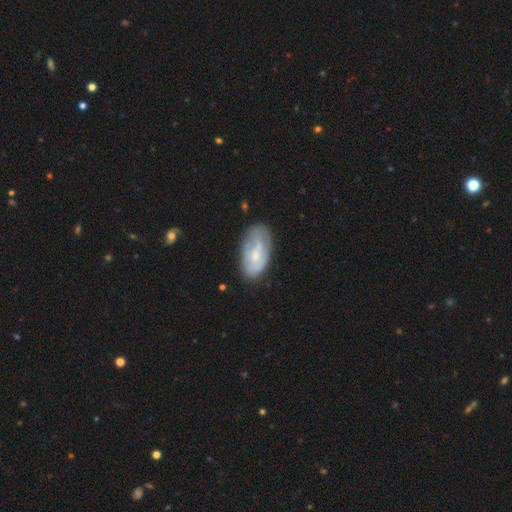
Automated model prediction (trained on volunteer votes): smooth 52%, featured or disk 42%, star or artifact 6%. Down the decision tree: how rounded — in between (93%); merging — none (67%).